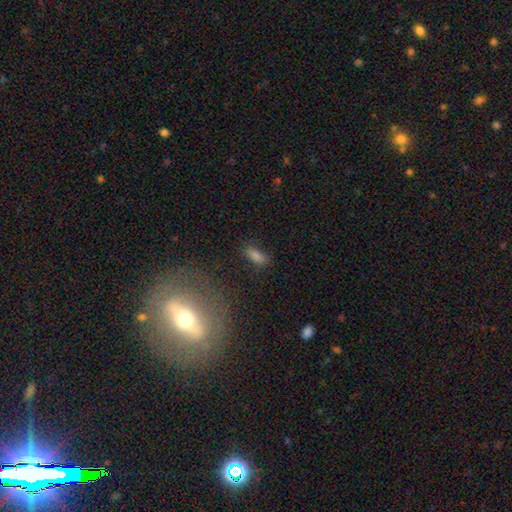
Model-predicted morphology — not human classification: A smooth galaxy with no disk features (70%) that is in between round and cigar-shaped (72%). Merging: none (76%).